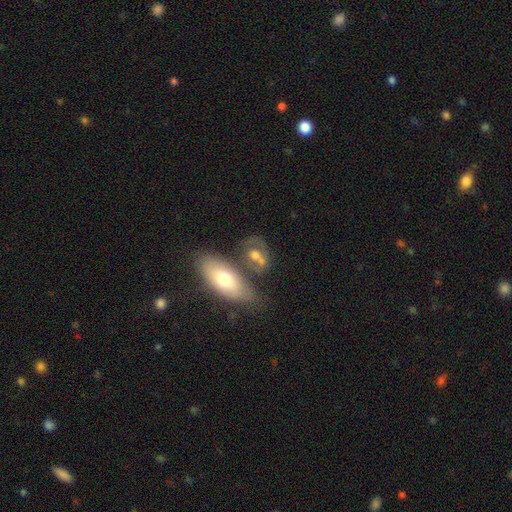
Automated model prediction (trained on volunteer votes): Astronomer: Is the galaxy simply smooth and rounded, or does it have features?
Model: smooth — 53% (runner-up: featured or disk, 39%).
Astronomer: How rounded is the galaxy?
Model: in between — 69%.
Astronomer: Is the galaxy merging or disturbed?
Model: none — 40% (runner-up: merger, 32%).